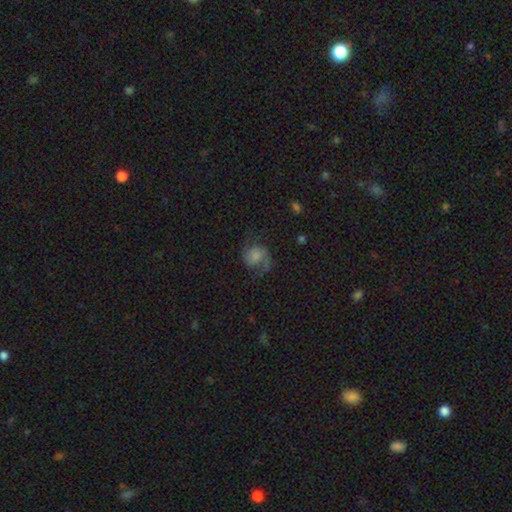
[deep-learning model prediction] featured or disk 67%, smooth 24%, star or artifact 10%. Down the decision tree: edge-on disk — no (98%); bar — no (69%); spiral arms — yes (94%); spiral arm count — 2 (87%); spiral winding — medium (44%, tied with loose); bulge size — none (31%); merging — none (64%).